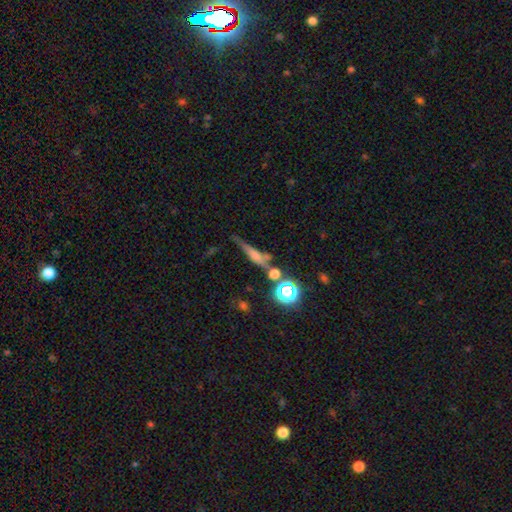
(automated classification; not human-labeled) Smooth or featured: smooth — 41% (featured or disk — 39%)
Merging: none — 55% (minor disturbance — 18%)